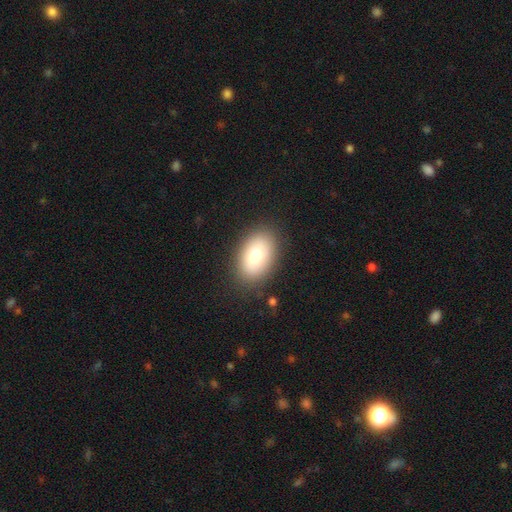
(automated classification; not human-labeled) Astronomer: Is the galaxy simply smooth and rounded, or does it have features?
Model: smooth — 81%.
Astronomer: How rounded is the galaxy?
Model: in between — 89%.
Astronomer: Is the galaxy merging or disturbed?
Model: none — 85%.